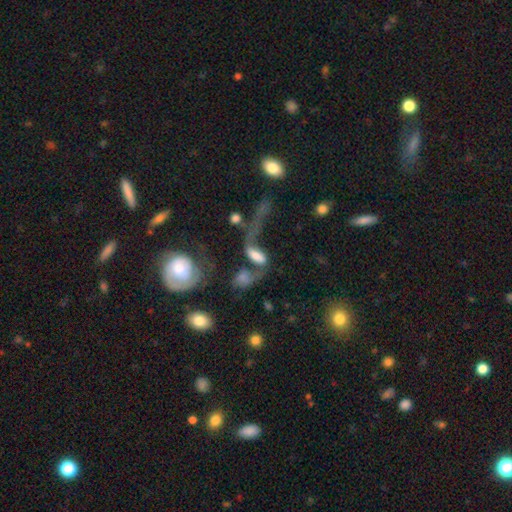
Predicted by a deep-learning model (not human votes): smooth-or-featured: smooth: 44% | featured or disk: 41% | star or artifact: 14%
  merging: merger: 36% | major disturbance: 30% | none: 22% | minor disturbance: 13%